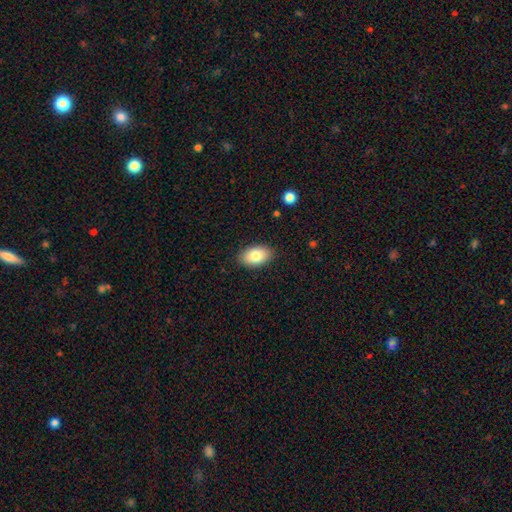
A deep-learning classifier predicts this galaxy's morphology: A smooth galaxy with no disk features (81%) that is in between round and cigar-shaped (92%). Merging: none (88%).